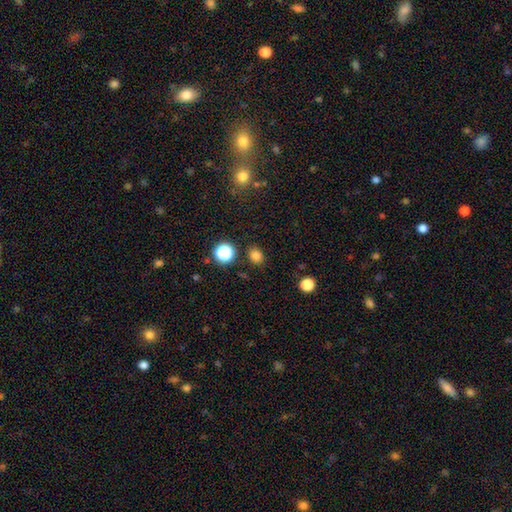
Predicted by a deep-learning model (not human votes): smooth_or_featured: smooth (p=0.80) [alt: star or artifact p=0.16]
how_rounded: round (p=0.59) [alt: in between p=0.40]
merging: none (p=0.86) [alt: minor disturbance p=0.09]